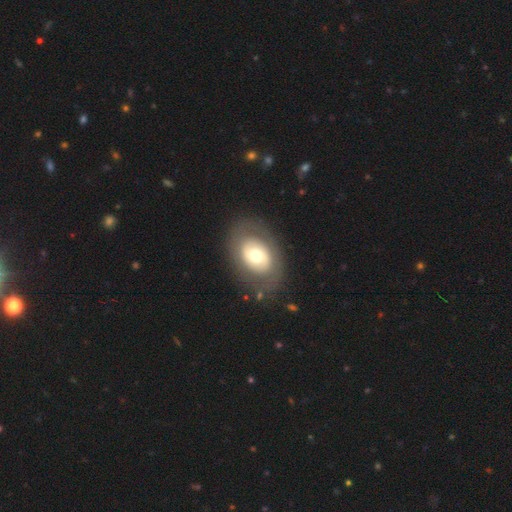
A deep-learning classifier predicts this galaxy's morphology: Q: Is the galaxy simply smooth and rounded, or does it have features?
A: smooth — 51%.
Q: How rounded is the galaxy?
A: in between — 77%.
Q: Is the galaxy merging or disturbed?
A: none — 80%.